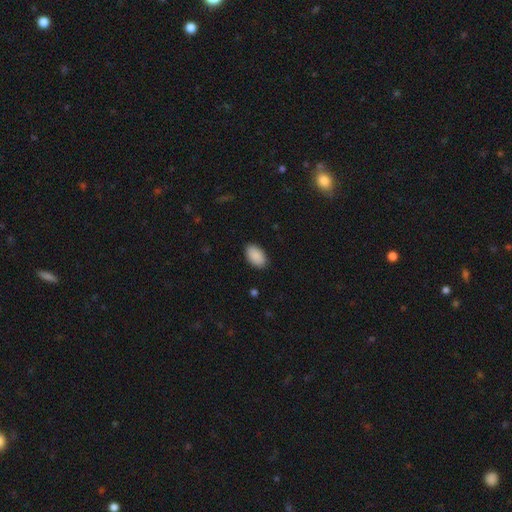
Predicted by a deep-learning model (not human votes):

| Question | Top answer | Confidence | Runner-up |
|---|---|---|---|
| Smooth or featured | smooth | 91% | star or artifact (6%) |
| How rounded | in between | 94% | round (5%) |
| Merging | none | 89% | minor disturbance (8%) |